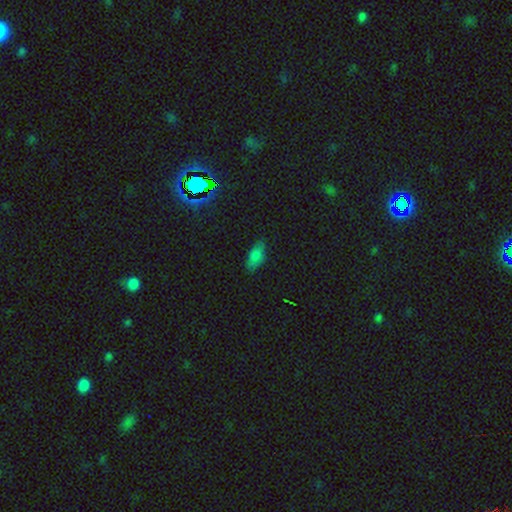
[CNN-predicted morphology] Smooth or featured? smooth (77%)
How rounded? in between (88%)
Merging? none (78%)